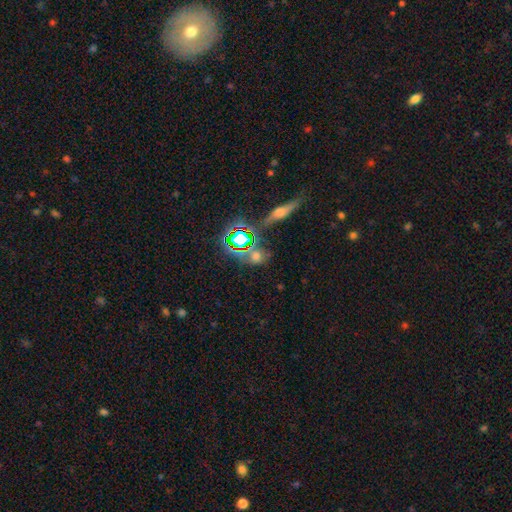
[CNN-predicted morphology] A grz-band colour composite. It shows a star or artifact, not a galaxy (45%).